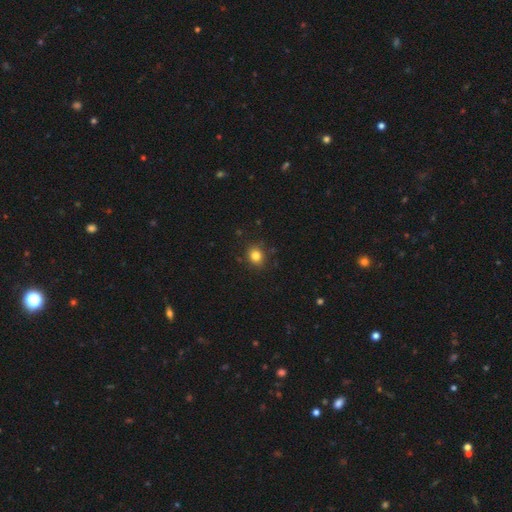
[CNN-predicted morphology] This is clearly a smooth galaxy (83%). How rounded: likely round (75%). Merging: clearly none (86%).